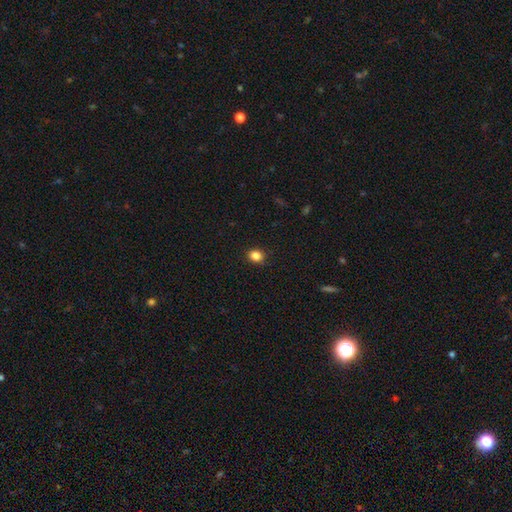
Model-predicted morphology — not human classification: type=smooth (85%); roundness=round (67%); merging=none (90%).